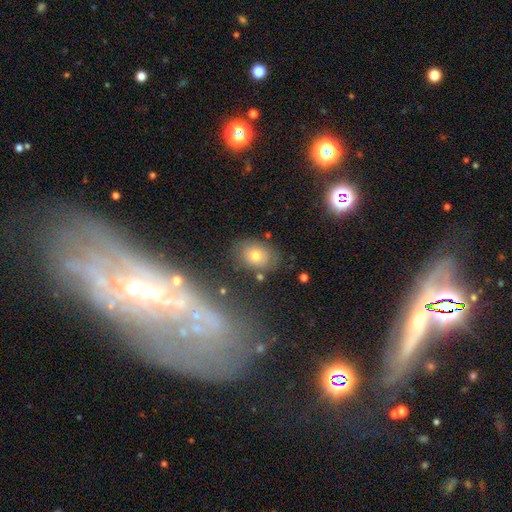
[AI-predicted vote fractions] Morphology: type=smooth (66%); roundness=in between (66%); merging=none (77%).